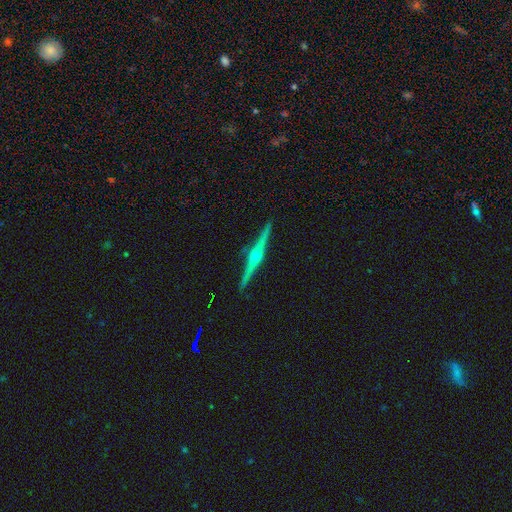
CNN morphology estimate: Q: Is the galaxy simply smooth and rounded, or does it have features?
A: featured or disk — 86%.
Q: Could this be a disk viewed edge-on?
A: yes — 99%.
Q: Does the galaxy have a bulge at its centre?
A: rounded — 88%.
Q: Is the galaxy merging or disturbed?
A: none — 92%.